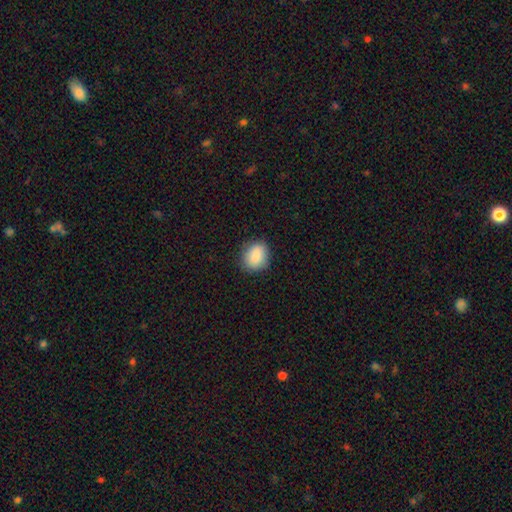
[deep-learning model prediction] This appears to be a smooth galaxy with no disk features (88%) that is round (50%). Merging: none (83%).